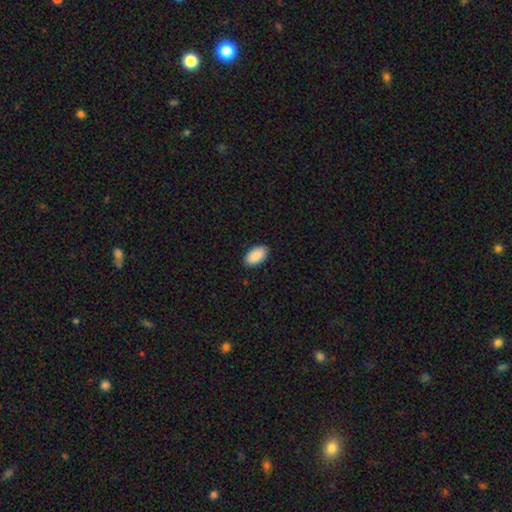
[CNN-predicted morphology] This is clearly a smooth galaxy (91%). How rounded: clearly in between (96%). Merging: clearly none (89%).